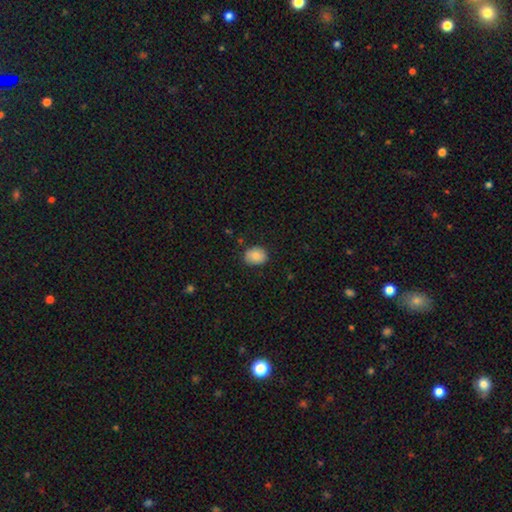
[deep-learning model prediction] Smooth or featured? Predicted: smooth (p=0.82). How rounded? Predicted: in between (p=0.55). Merging? Predicted: none (p=0.81).